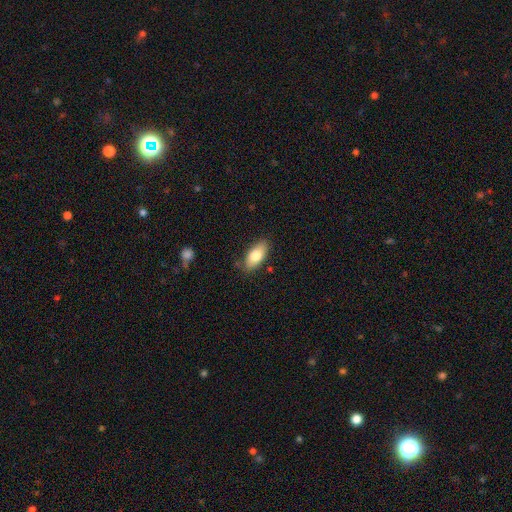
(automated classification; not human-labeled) This is likely a smooth galaxy (79%). How rounded: clearly in between (88%). Merging: clearly none (82%).